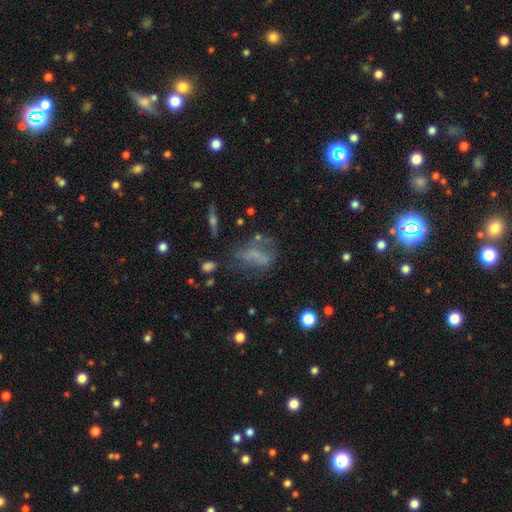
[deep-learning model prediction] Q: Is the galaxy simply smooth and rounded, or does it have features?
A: smooth — 52%.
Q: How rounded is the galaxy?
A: in between — 73%.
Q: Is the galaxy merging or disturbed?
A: none — 41%.